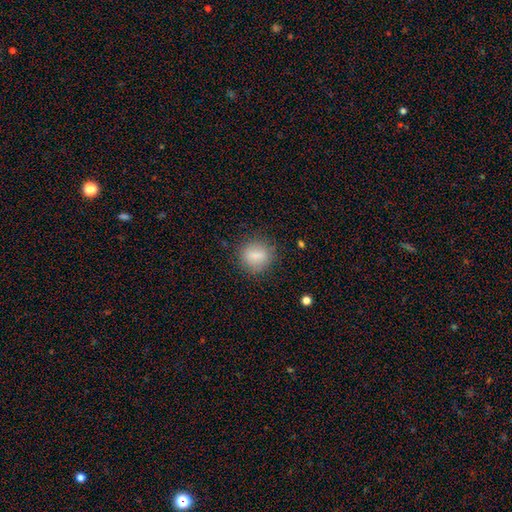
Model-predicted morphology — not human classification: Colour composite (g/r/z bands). It shows a smooth galaxy with no disk features (79%) that is round (72%). Merging: none (81%).